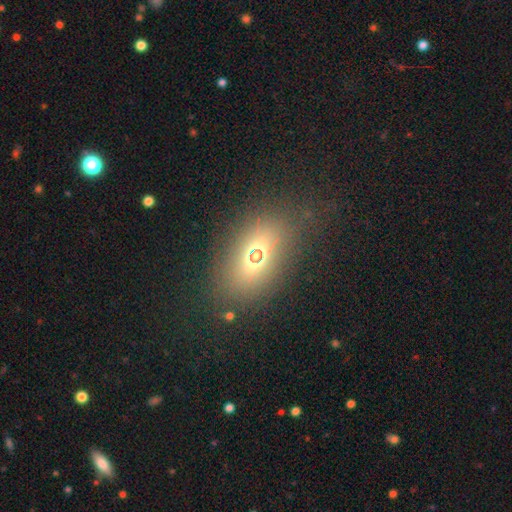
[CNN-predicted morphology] Smooth or featured? Predicted: smooth (p=0.59). How rounded? Predicted: in between (p=0.80). Merging? Predicted: none (p=0.75).